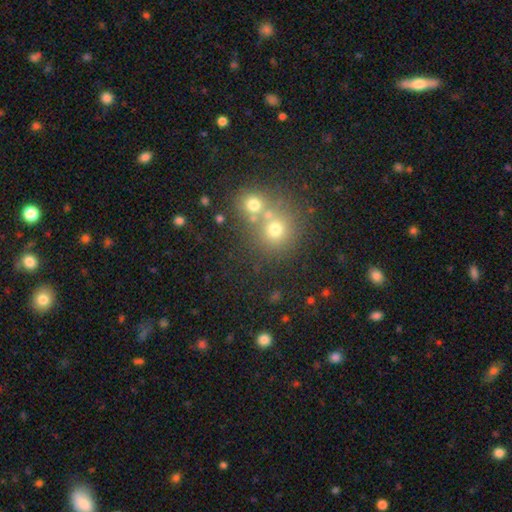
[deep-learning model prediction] A smooth galaxy with no disk features (58%) that is round (81%). Merging: merger (50%).